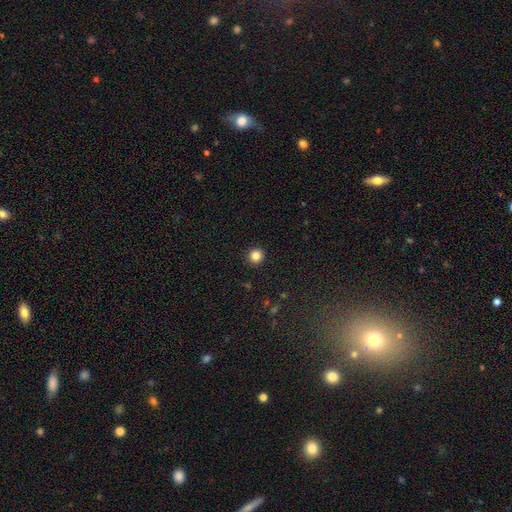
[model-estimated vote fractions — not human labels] smooth_or_featured: smooth (p=0.84) [alt: star or artifact p=0.12]
how_rounded: round (p=0.94) [alt: in between p=0.05]
merging: none (p=0.93) [alt: minor disturbance p=0.04]